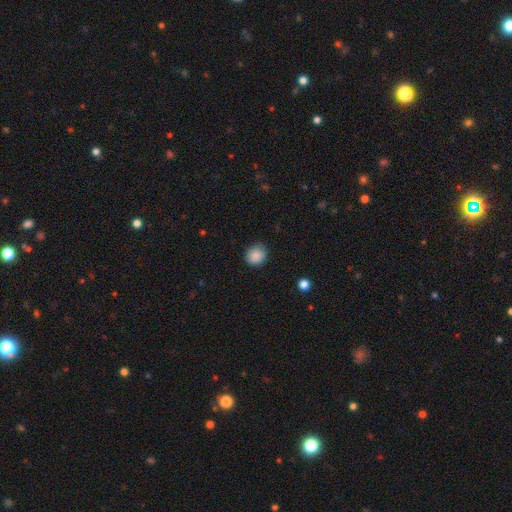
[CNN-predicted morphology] Smooth or featured: smooth — 87% (star or artifact — 8%)
How rounded: round — 76% (in between — 23%)
Merging: none — 80% (minor disturbance — 16%)